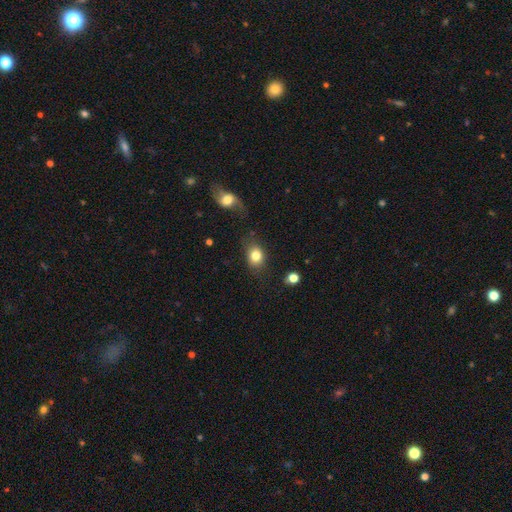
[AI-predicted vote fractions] Overall: smooth (81%). How rounded: in between (56%; round 43%). Merging: none (73%).